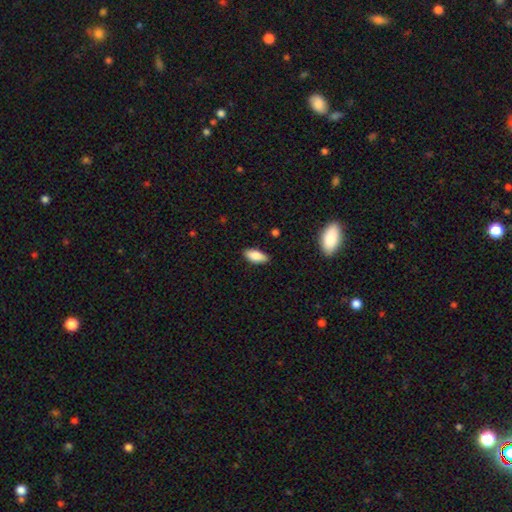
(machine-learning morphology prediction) Smooth or featured?
  - smooth: 85% *
  - featured or disk: 8%
  - star or artifact: 7%
How rounded?
  - in between: 86% *
  - cigar-shaped: 11%
  - round: 2%
Merging?
  - none: 83% *
  - minor disturbance: 13%
  - major disturbance: 2%
  - merger: 1%